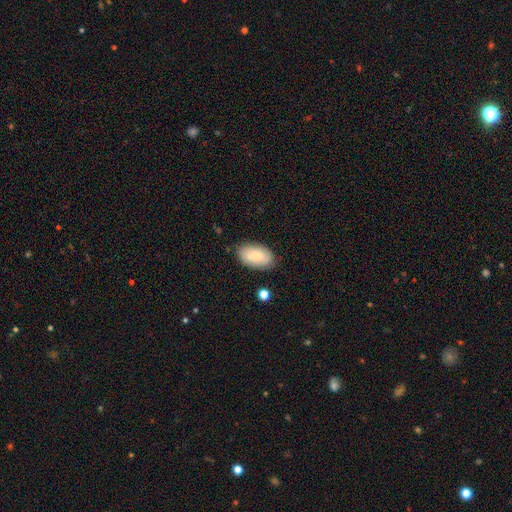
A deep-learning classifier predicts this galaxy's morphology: Smooth or featured? smooth (78%)
How rounded? in between (95%)
Merging? none (83%)